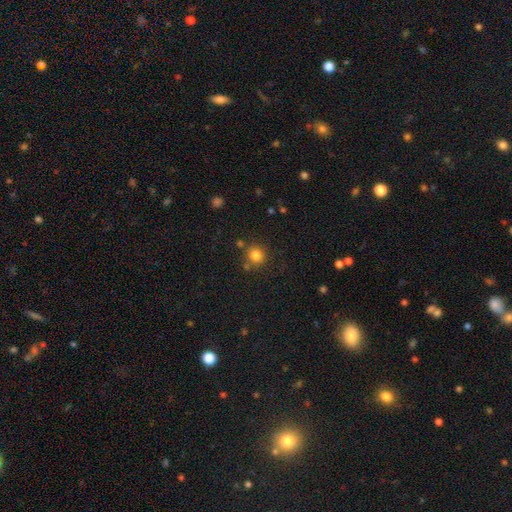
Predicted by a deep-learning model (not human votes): A smooth galaxy with no disk features (82%) that is round (89%).

Vote fractions:
- Smooth or featured? smooth: 82% / star or artifact: 13% / featured or disk: 6%
- How rounded? round: 89% / in between: 10% / cigar-shaped: 1%
- Merging? none: 78% / minor disturbance: 10% / merger: 9% / major disturbance: 4%